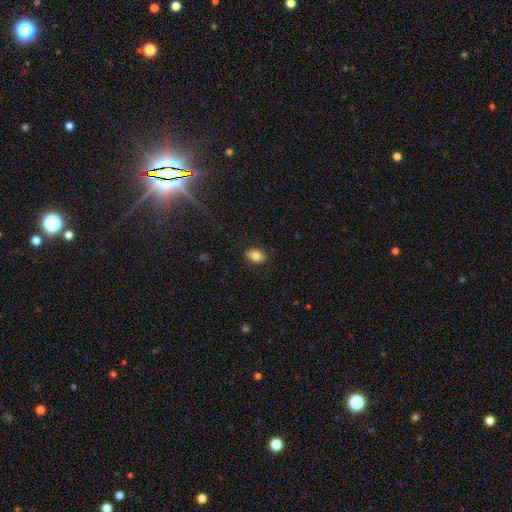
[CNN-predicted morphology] This is likely a smooth galaxy (79%). How rounded: clearly in between (85%). Merging: clearly none (86%).